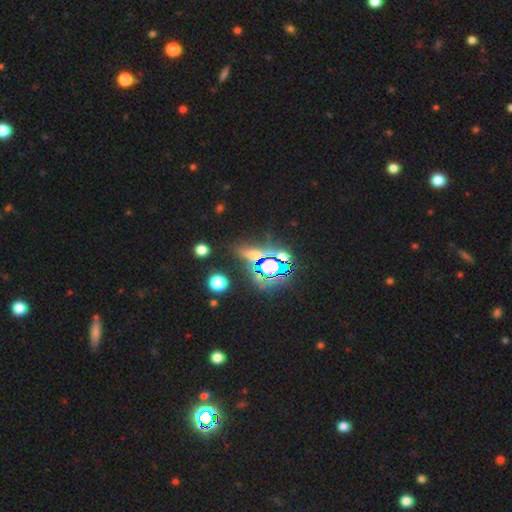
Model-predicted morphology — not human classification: Smooth or featured? star or artifact (56%)